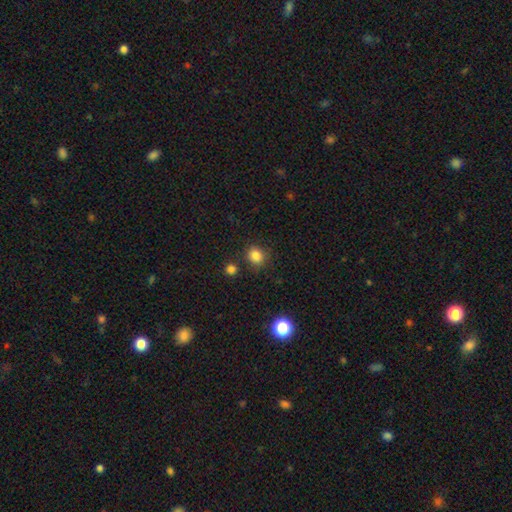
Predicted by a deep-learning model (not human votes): A smooth galaxy with no disk features (84%) that is round (75%).

Vote fractions:
- Smooth or featured? smooth: 84% / star or artifact: 12% / featured or disk: 5%
- How rounded? round: 75% / in between: 24% / cigar-shaped: 1%
- Merging? none: 81% / minor disturbance: 10% / merger: 5% / major disturbance: 3%